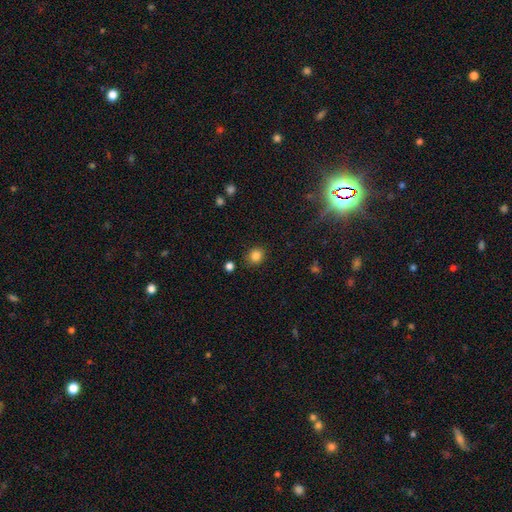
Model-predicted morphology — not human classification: Q: Smooth or featured?
A: smooth (84%); runner-up: star or artifact (12%)
Q: How rounded?
A: round (78%); runner-up: in between (21%)
Q: Merging?
A: none (87%); runner-up: minor disturbance (8%)